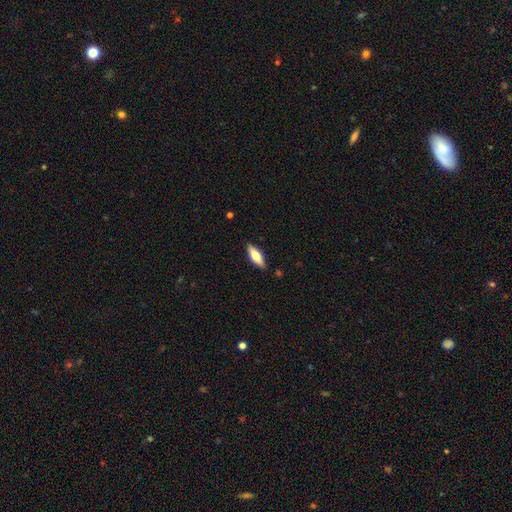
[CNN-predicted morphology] A smooth galaxy with no disk features (60%) that is in between round and cigar-shaped (57%). Merging: none (87%).